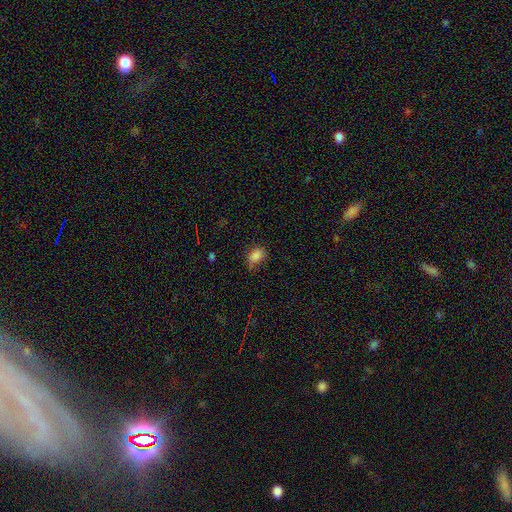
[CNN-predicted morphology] smooth_or_featured: smooth (p=0.83) [alt: star or artifact p=0.11]
how_rounded: in between (p=0.80) [alt: round p=0.19]
merging: none (p=0.55) [alt: minor disturbance p=0.32]